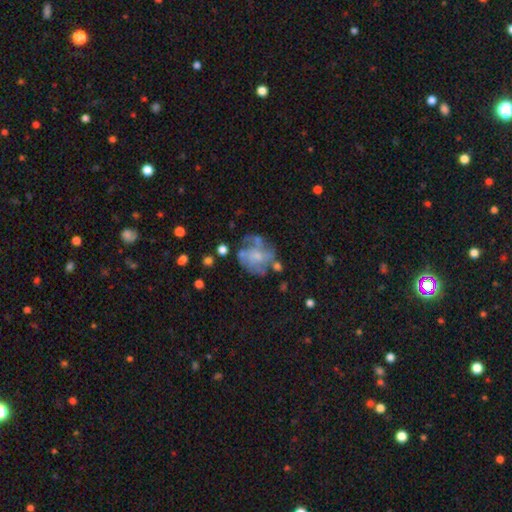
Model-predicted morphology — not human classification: smooth-or-featured: featured or disk: 60% | smooth: 30% | star or artifact: 10%
  disk-edge-on: no: 98% | yes: 2%
    bar: no: 79% | weak: 18% | strong: 3%
    has-spiral-arms: no: 51% | yes: 49%
    bulge-size: small: 44% | moderate: 34% | none: 18% | large: 4% | dominant: 1%
  merging: none: 48% | major disturbance: 23% | minor disturbance: 22% | merger: 8%